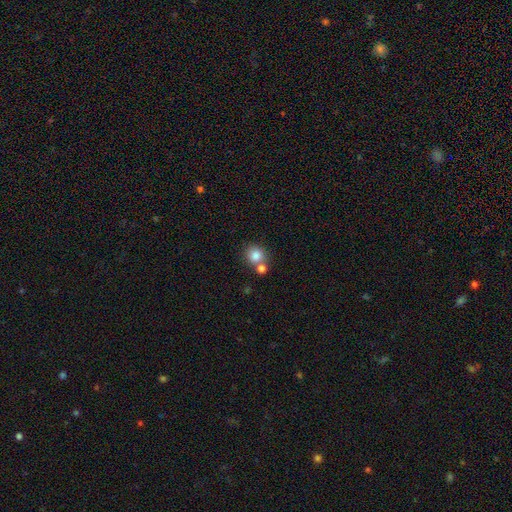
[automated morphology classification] Smooth or featured?
  - smooth: 82% *
  - star or artifact: 11%
  - featured or disk: 8%
How rounded?
  - round: 86% *
  - in between: 14%
  - cigar-shaped: 1%
Merging?
  - none: 61% *
  - merger: 28%
  - minor disturbance: 9%
  - major disturbance: 3%